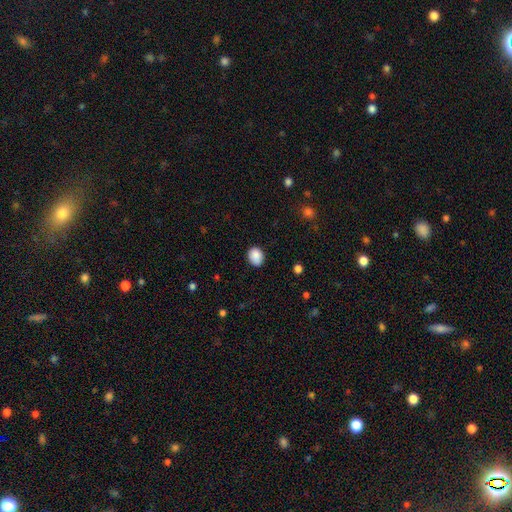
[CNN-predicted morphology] Smooth or featured: smooth — 88% (star or artifact — 8%)
How rounded: round — 53% (in between — 46%)
Merging: none — 85% (minor disturbance — 12%)